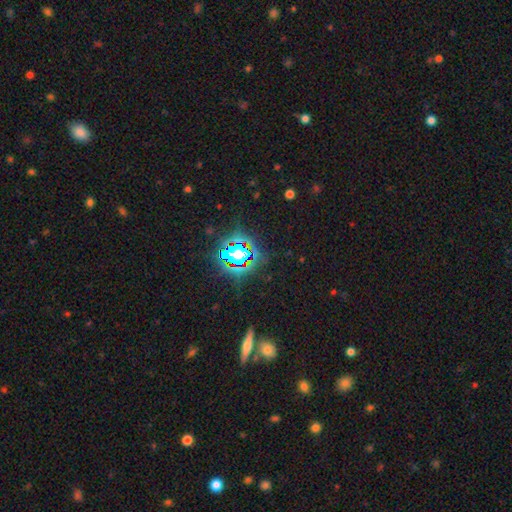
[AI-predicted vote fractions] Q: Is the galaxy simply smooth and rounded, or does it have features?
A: star or artifact — 77%.